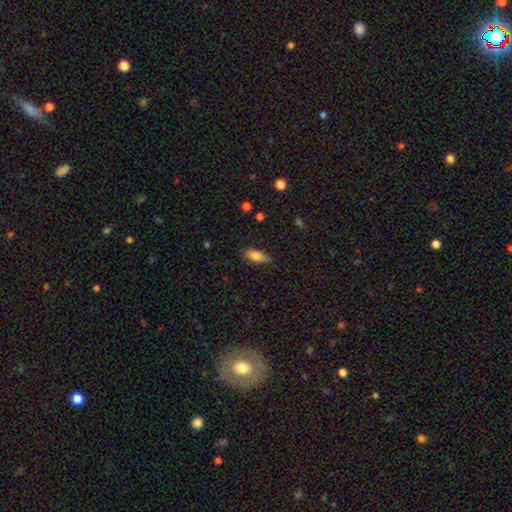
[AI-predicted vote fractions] This is clearly a smooth galaxy (80%). How rounded: clearly in between (81%). Merging: likely none (75%).